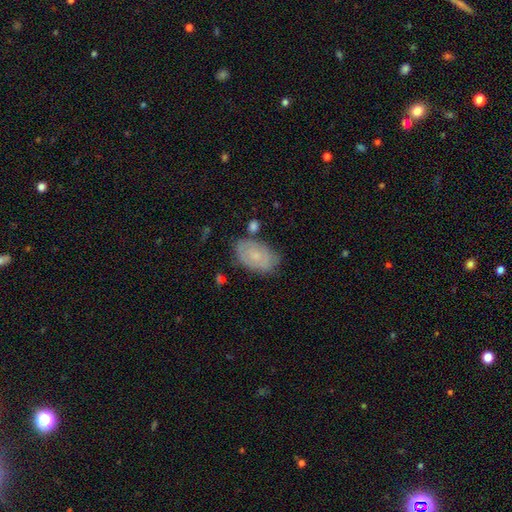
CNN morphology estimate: Smooth or featured?
  - smooth: 58% *
  - featured or disk: 35%
  - star or artifact: 7%
How rounded?
  - in between: 91% *
  - round: 7%
  - cigar-shaped: 1%
Merging?
  - none: 68% *
  - minor disturbance: 22%
  - major disturbance: 6%
  - merger: 5%